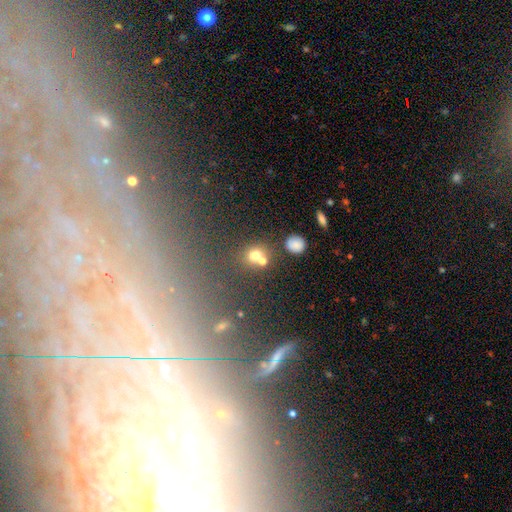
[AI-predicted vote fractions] Smooth or featured? Predicted: smooth (p=0.69). How rounded? Predicted: round (p=0.77). Merging? Predicted: none (p=0.49).